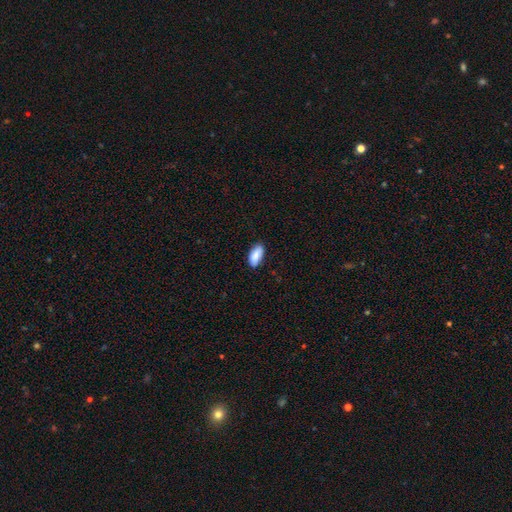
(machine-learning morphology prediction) smooth 84%, featured or disk 9%, star or artifact 6%. Down the decision tree: how rounded — in between (88%); merging — none (82%).